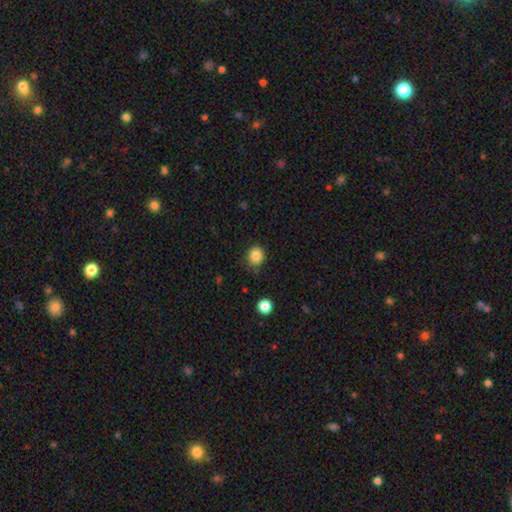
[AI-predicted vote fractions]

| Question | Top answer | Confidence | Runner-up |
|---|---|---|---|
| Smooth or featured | smooth | 85% | star or artifact (10%) |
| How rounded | round | 82% | in between (17%) |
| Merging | none | 82% | minor disturbance (13%) |